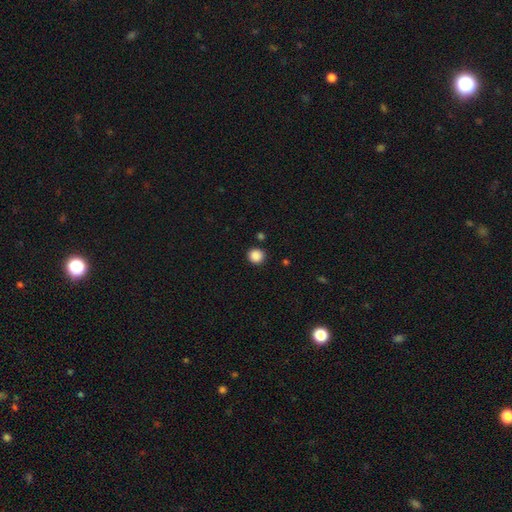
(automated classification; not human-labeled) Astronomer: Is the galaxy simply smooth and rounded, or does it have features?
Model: smooth — 88%.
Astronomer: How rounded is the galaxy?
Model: round — 92%.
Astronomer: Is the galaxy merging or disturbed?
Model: none — 89%.